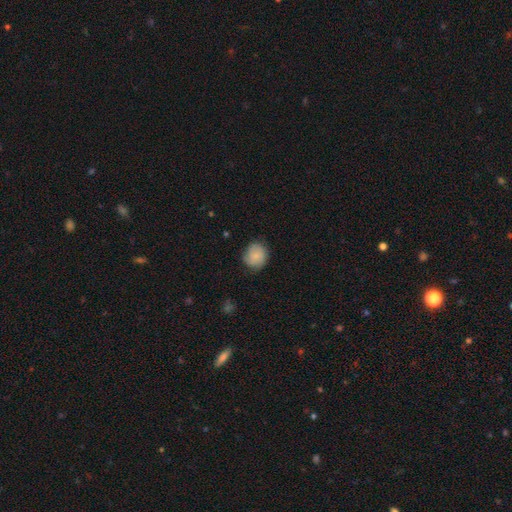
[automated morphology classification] This is likely a smooth galaxy (79%). How rounded: likely round (79%). Merging: likely none (74%).